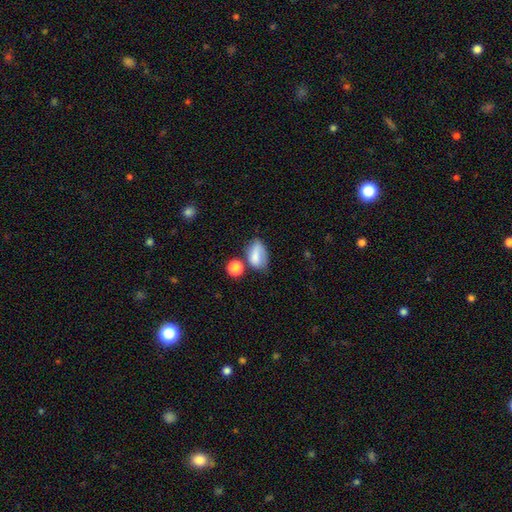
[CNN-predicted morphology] A smooth galaxy with no disk features (75%) that is in between round and cigar-shaped (86%).

Vote fractions:
- Smooth or featured? smooth: 75% / featured or disk: 15% / star or artifact: 10%
- How rounded? in between: 86% / round: 11% / cigar-shaped: 2%
- Merging? none: 44% / minor disturbance: 29% / merger: 15% / major disturbance: 12%